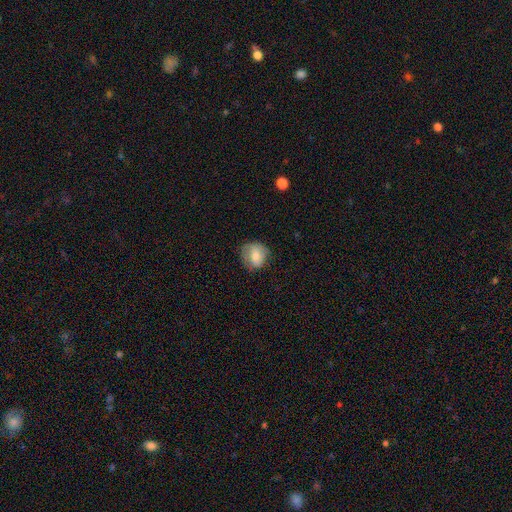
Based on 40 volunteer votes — Smooth or featured? smooth (82%)
How rounded? round (58%)
Merging? none (50%)